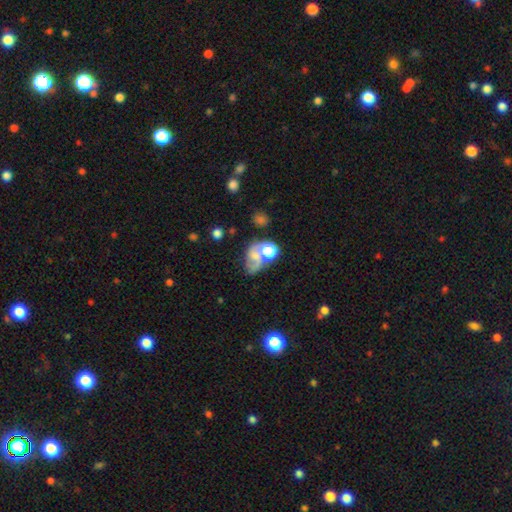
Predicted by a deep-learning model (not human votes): Smooth or featured? Predicted: smooth (p=0.44). Merging? Predicted: merger (p=0.38).